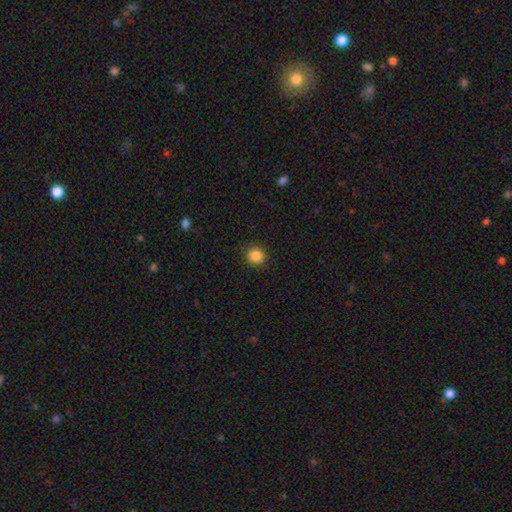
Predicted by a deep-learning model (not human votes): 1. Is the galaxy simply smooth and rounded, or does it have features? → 86% smooth, 10% star or artifact, 4% featured or disk.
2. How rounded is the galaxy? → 90% round, 9% in between, 1% cigar-shaped.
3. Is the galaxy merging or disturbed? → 89% none, 8% minor disturbance, 2% major disturbance, 1% merger.